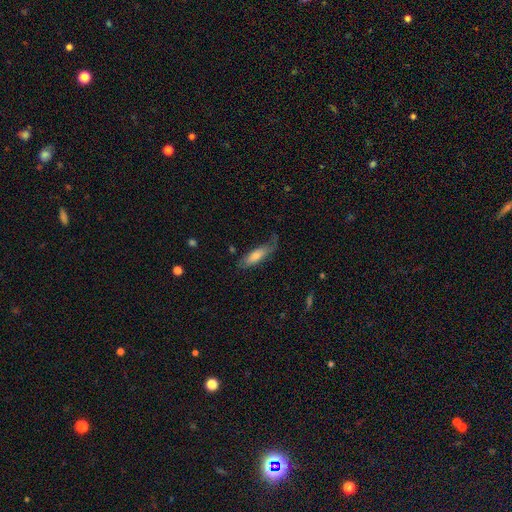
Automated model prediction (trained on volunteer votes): Smooth or featured? smooth (63%)
How rounded? cigar-shaped (53%)
Merging? none (51%)